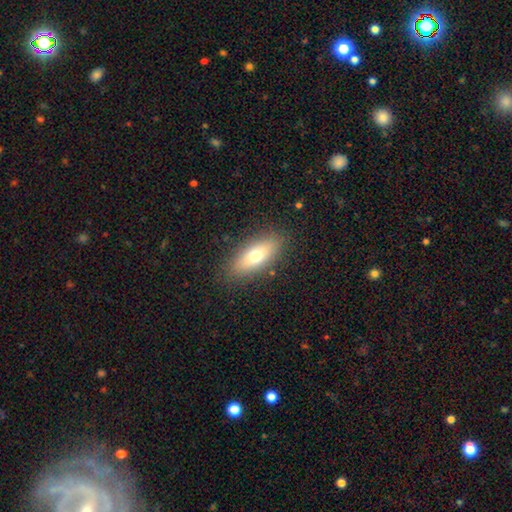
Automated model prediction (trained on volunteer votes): smooth 69%, featured or disk 23%, star or artifact 8%. Down the decision tree: how rounded — in between (70%); merging — none (86%).